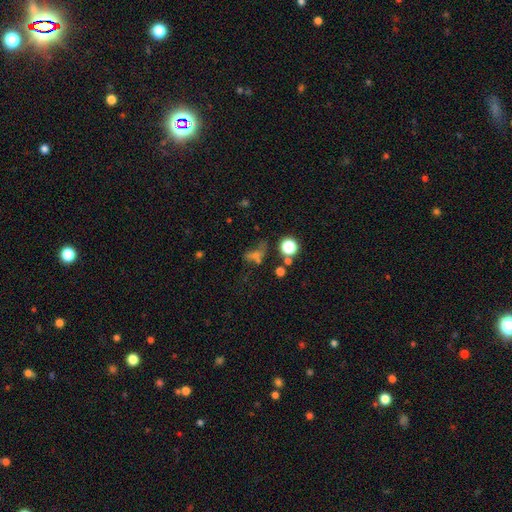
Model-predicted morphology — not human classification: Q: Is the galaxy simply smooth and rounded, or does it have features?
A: smooth — 49%.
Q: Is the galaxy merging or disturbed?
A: none — 36%.